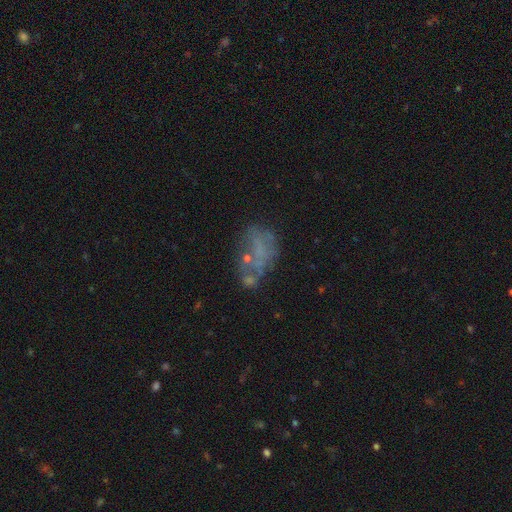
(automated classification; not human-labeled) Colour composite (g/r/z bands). It shows a featured or disk galaxy (47%). Merging: none (45%).